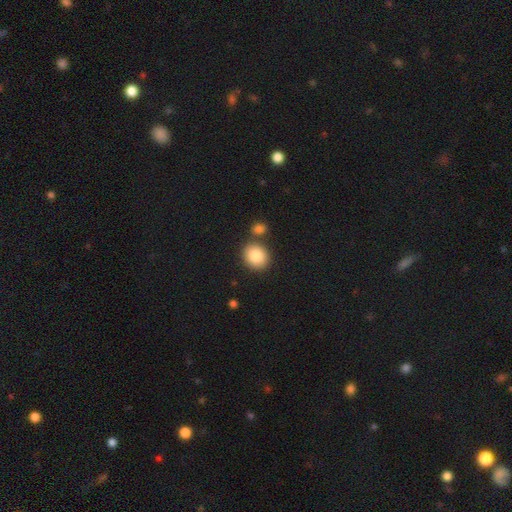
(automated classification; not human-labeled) Smooth or featured: smooth — 85% (star or artifact — 8%)
How rounded: round — 72% (in between — 27%)
Merging: none — 72% (merger — 16%)